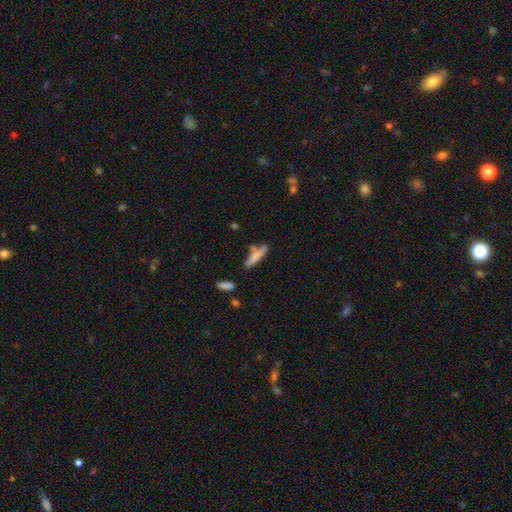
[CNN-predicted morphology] Smooth or featured: smooth — 73% (featured or disk — 20%)
How rounded: cigar-shaped — 77% (in between — 21%)
Merging: none — 61% (minor disturbance — 21%)